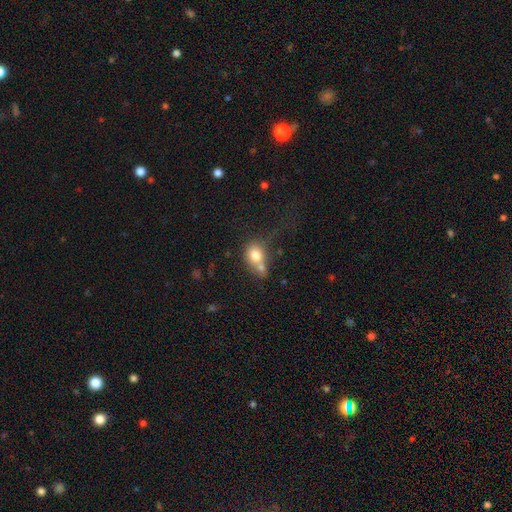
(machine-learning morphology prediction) This appears to be a smooth galaxy with no disk features (74%) that is round (60%). Merging: merger (49%).